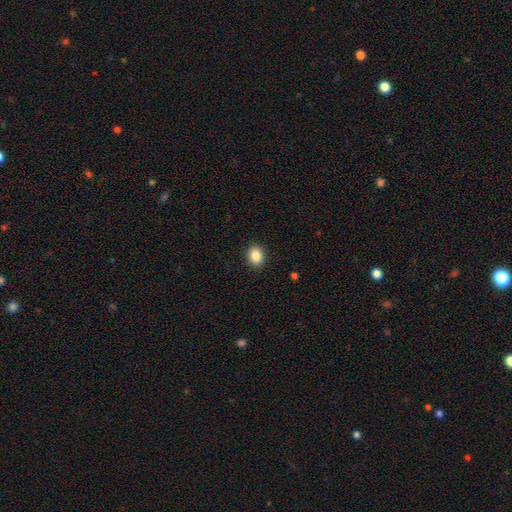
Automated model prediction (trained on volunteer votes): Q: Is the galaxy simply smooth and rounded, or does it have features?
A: smooth — 87%.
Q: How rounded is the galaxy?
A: in between — 51%.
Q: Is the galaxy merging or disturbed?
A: none — 90%.